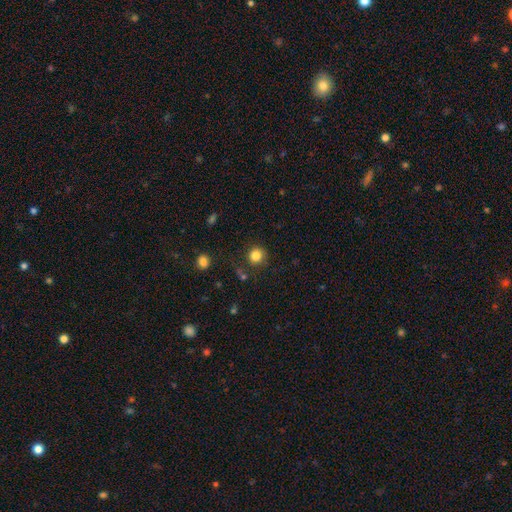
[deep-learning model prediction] Morphology: type=smooth (83%); roundness=round (92%); merging=none (84%).